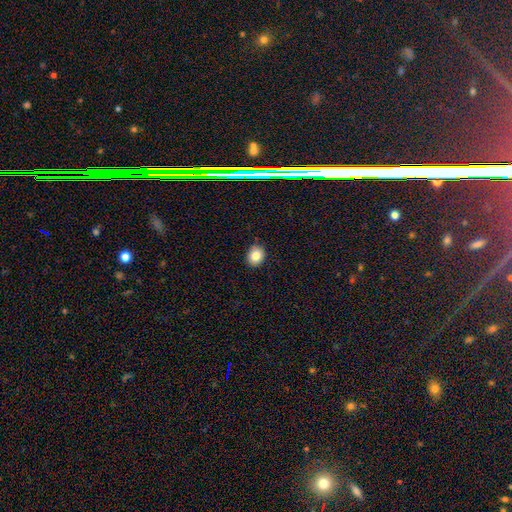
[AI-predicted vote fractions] Morphology: type=smooth (82%); roundness=round (60%); merging=none (87%).